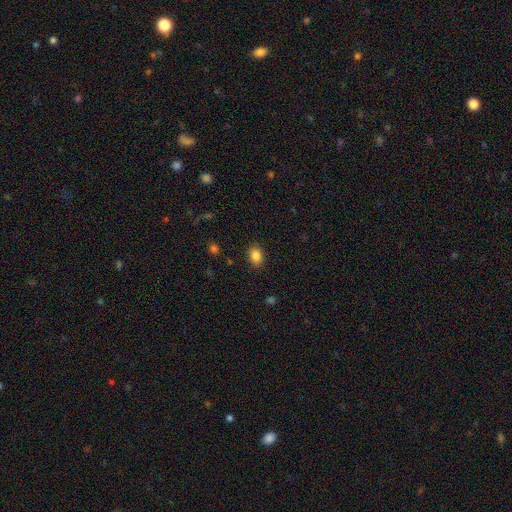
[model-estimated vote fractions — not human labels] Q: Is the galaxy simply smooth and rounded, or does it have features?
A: smooth — 86%.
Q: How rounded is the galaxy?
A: in between — 70%.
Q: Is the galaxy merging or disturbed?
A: none — 88%.